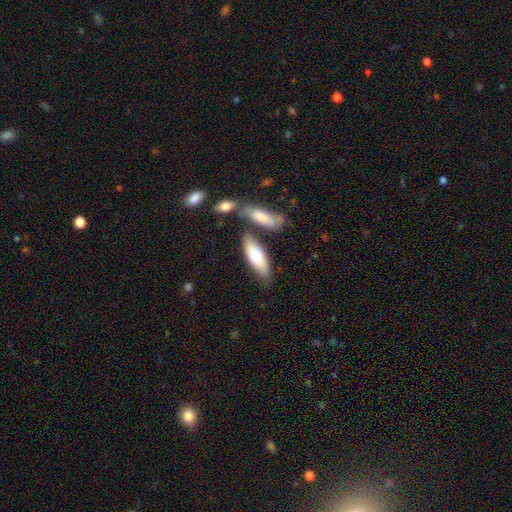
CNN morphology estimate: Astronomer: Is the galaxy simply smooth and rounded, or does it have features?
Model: smooth — 67%.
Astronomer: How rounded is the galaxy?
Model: in between — 65%.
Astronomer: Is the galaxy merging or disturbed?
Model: none — 69%.